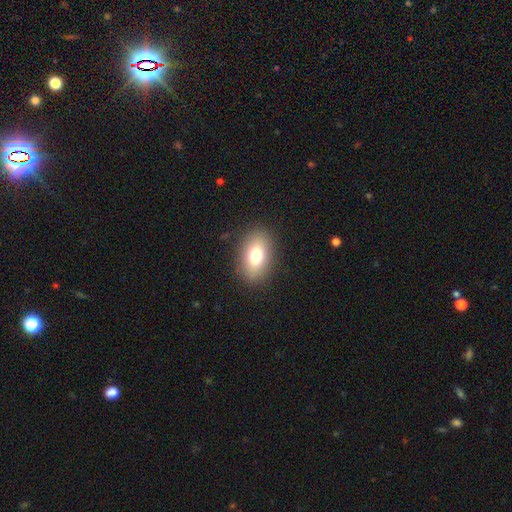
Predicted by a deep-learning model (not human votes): The model was most divided on "smooth or featured": smooth: 75%, featured or disk: 15%, star or artifact: 10%. More confident: merging — none (88%); how rounded — in between (84%).